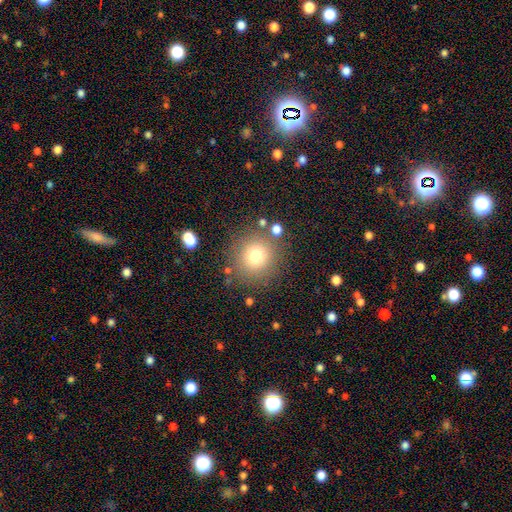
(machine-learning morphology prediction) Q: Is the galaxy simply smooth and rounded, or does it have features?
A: smooth — 76%.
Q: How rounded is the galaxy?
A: round — 92%.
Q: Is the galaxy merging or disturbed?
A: none — 82%.